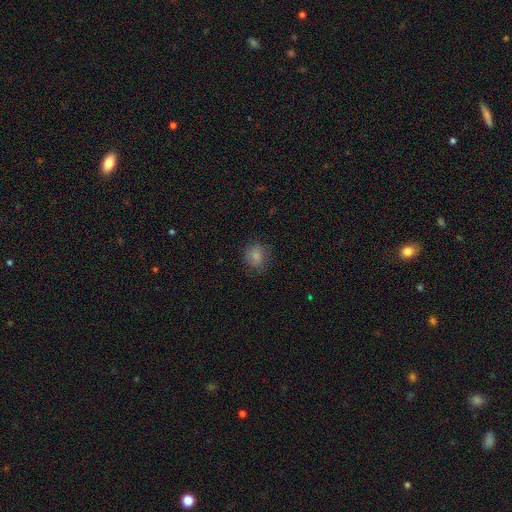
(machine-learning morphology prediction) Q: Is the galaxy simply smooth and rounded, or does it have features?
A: smooth — 79%.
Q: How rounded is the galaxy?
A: round — 76%.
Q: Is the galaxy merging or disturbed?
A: none — 75%.